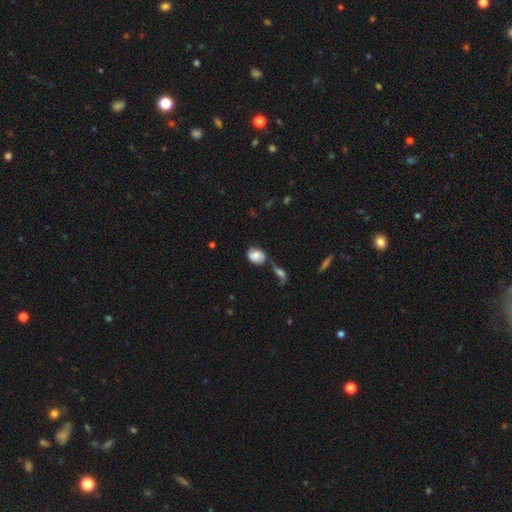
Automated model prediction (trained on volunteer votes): smooth 59%, featured or disk 32%, star or artifact 9%. Down the decision tree: how rounded — in between (62%); merging — none (42%).